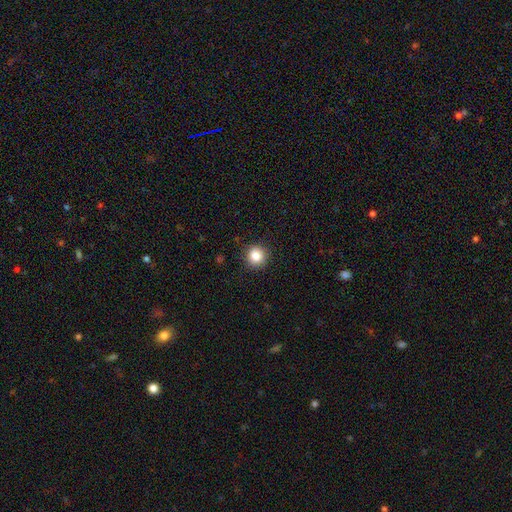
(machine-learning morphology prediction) type=smooth (85%); roundness=round (93%); merging=none (90%).